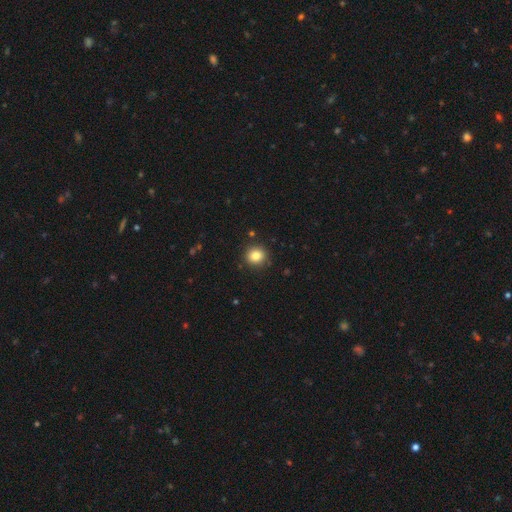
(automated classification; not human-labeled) Morphology: type=smooth (83%); roundness=round (90%); merging=none (89%).